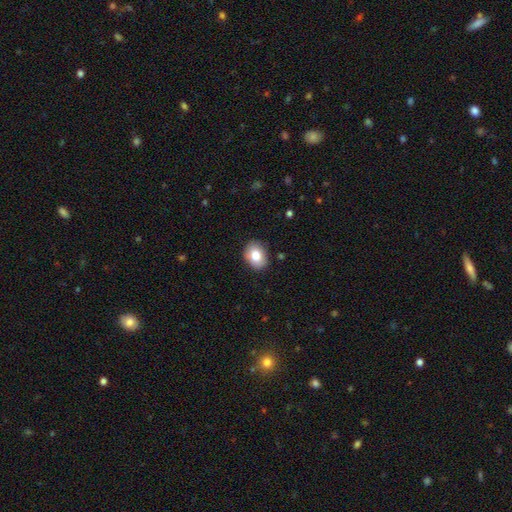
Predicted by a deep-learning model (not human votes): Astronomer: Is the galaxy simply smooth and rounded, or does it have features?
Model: smooth — 81%.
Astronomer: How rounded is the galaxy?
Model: in between — 67%.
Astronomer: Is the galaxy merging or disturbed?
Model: none — 87%.